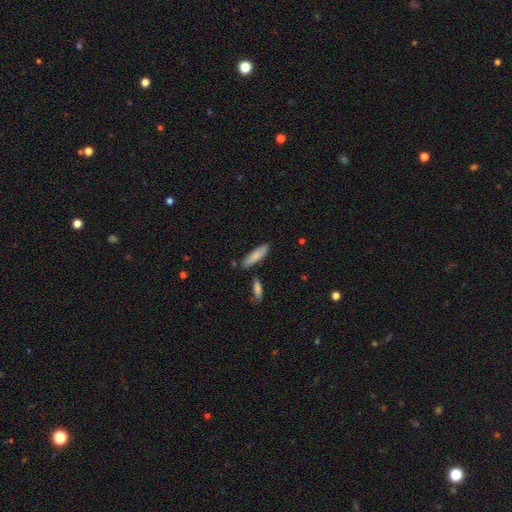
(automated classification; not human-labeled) smooth_or_featured: smooth (p=0.81) [alt: featured or disk p=0.13]
how_rounded: cigar-shaped (p=0.60) [alt: in between p=0.38]
merging: none (p=0.81) [alt: minor disturbance p=0.11]